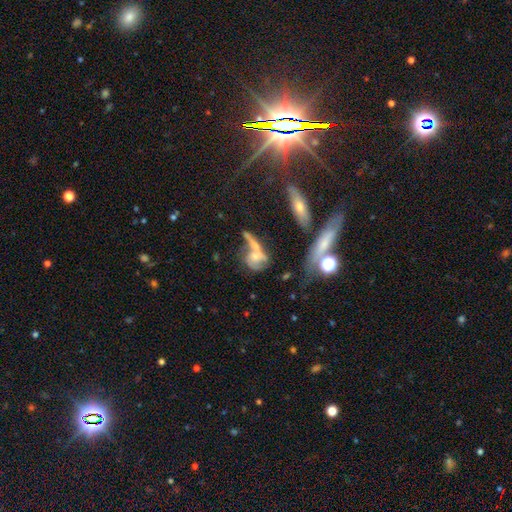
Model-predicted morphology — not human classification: featured or disk 52%, smooth 36%, star or artifact 12%. Down the decision tree: edge-on disk — no (85%); merging — merger (44%).